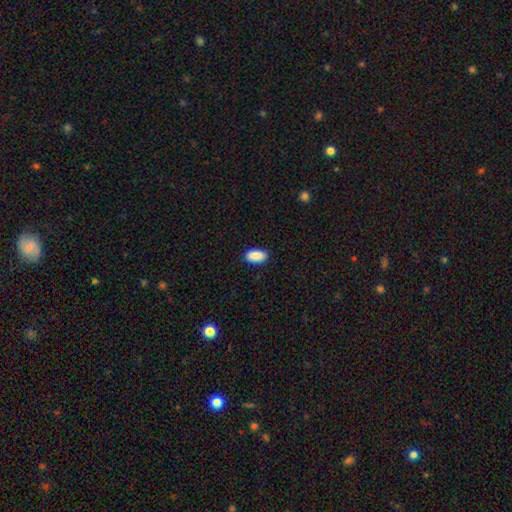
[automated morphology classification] smooth-or-featured: smooth: 91% | star or artifact: 7% | featured or disk: 3%
  how-rounded: in between: 94% | round: 3% | cigar-shaped: 2%
  merging: none: 88% | minor disturbance: 9% | major disturbance: 2% | merger: 1%